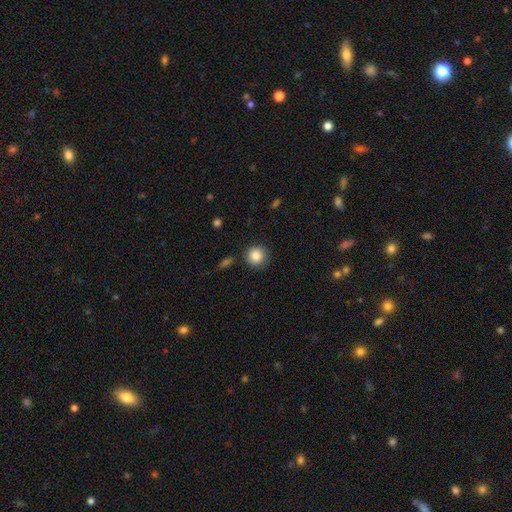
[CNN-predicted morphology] smooth 86%, star or artifact 9%, featured or disk 5%. Down the decision tree: how rounded — round (92%); merging — none (84%).